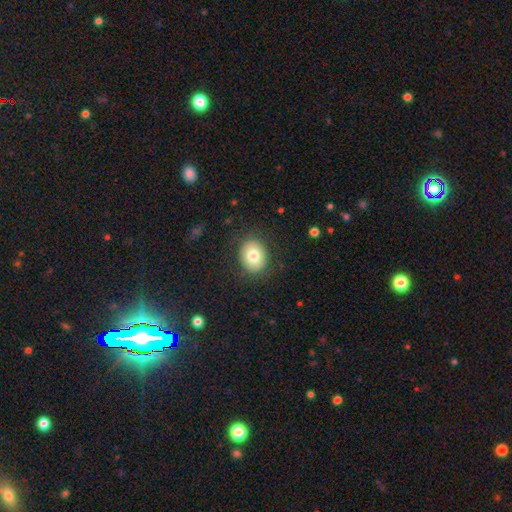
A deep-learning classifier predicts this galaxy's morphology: Smooth or featured? smooth (78%)
How rounded? in between (51%)
Merging? none (86%)